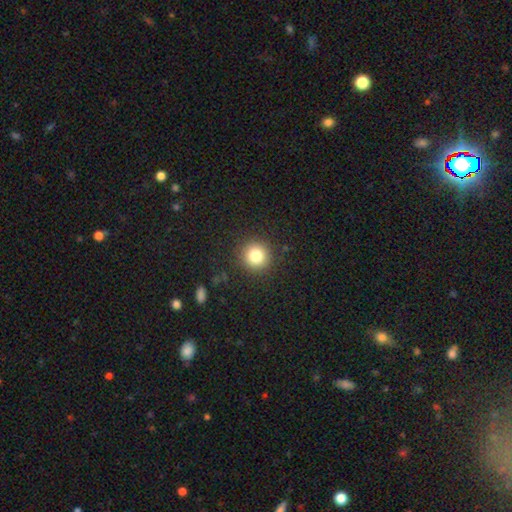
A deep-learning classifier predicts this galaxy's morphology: A smooth galaxy with no disk features (81%) that is round (94%).

Vote fractions:
- Smooth or featured? smooth: 81% / star or artifact: 12% / featured or disk: 7%
- How rounded? round: 94% / in between: 5% / cigar-shaped: 1%
- Merging? none: 90% / minor disturbance: 6% / major disturbance: 2% / merger: 1%